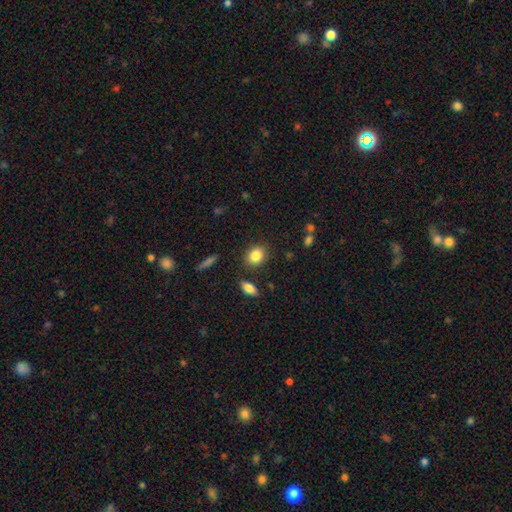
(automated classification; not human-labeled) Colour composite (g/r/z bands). It shows a smooth galaxy with no disk features (85%) that is round (53%). Merging: none (84%).